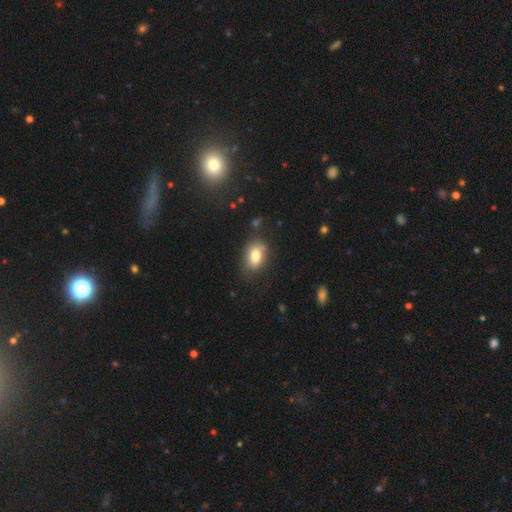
Volunteers were most divided on "merging": none: 74%, major disturbance: 14%, minor disturbance: 11%, merger: 0%. More confident: smooth or featured — smooth (89%); how rounded — in between (79%).